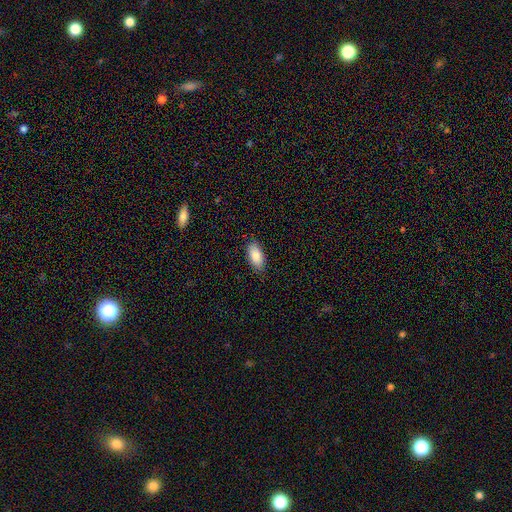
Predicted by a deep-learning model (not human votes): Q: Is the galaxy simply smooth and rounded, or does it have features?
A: smooth — 87%.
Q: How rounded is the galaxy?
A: in between — 91%.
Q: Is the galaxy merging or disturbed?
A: none — 86%.